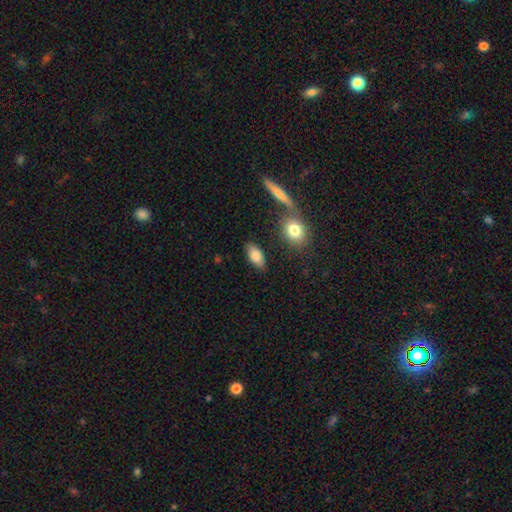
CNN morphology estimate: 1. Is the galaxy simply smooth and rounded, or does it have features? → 82% smooth, 11% featured or disk, 7% star or artifact.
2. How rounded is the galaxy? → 88% in between, 8% cigar-shaped, 4% round.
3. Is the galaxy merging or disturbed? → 81% none, 11% minor disturbance, 5% merger, 3% major disturbance.